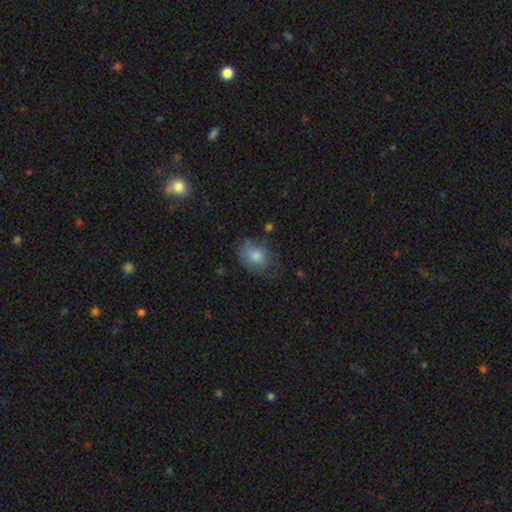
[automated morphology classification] Q: Smooth or featured?
A: smooth (73%); runner-up: featured or disk (17%)
Q: How rounded?
A: in between (57%); runner-up: round (42%)
Q: Merging?
A: none (64%); runner-up: minor disturbance (26%)